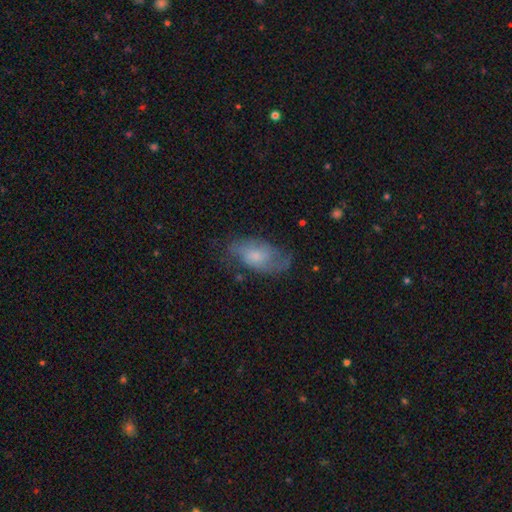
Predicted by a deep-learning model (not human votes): Overall: featured or disk (47%; smooth 45%). Merging: none (56%; minor disturbance 27%).